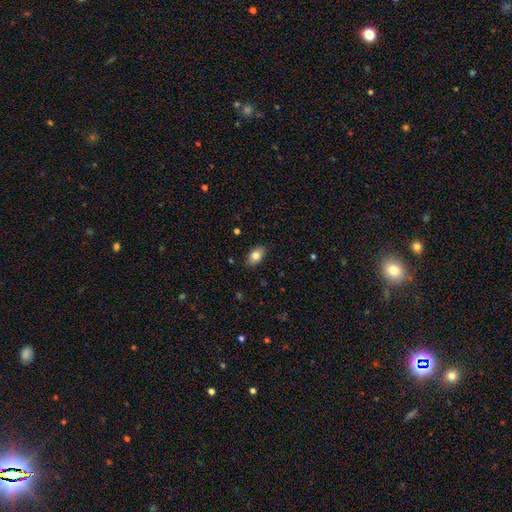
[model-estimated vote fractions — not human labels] Smooth or featured? Predicted: smooth (p=0.81). How rounded? Predicted: in between (p=0.89). Merging? Predicted: none (p=0.86).